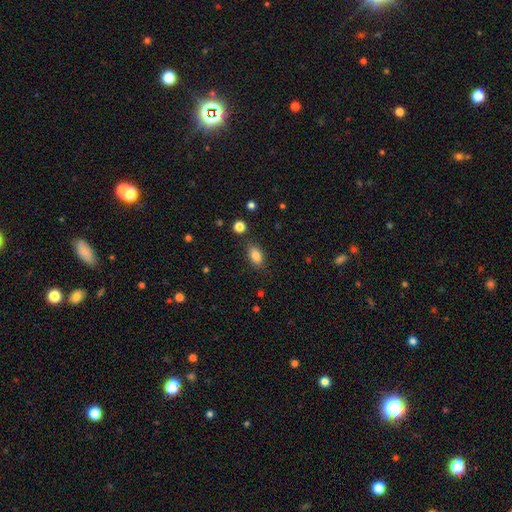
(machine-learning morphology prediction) Q: Smooth or featured?
A: smooth (84%); runner-up: star or artifact (9%)
Q: How rounded?
A: in between (87%); runner-up: round (9%)
Q: Merging?
A: none (80%); runner-up: minor disturbance (13%)